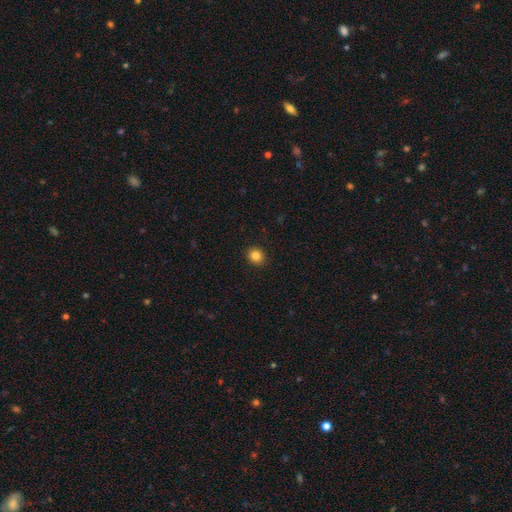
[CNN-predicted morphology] The model was most divided on "how rounded": round: 80%, in between: 19%, cigar-shaped: 1%. More confident: merging — none (92%); smooth or featured — smooth (84%).